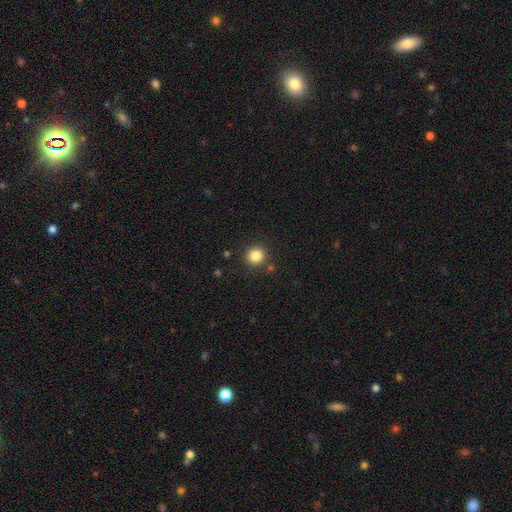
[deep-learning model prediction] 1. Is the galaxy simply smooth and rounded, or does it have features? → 84% smooth, 11% star or artifact, 5% featured or disk.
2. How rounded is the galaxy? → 94% round, 5% in between, 1% cigar-shaped.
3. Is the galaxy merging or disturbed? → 88% none, 6% minor disturbance, 3% merger, 2% major disturbance.